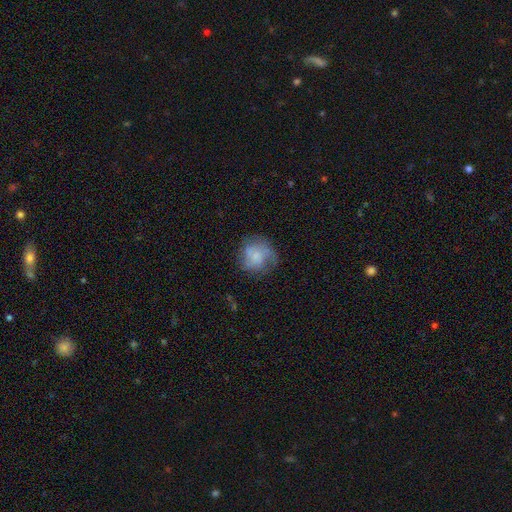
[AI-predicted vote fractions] Smooth or featured? Predicted: smooth (p=0.51). How rounded? Predicted: round (p=0.83). Merging? Predicted: none (p=0.60).